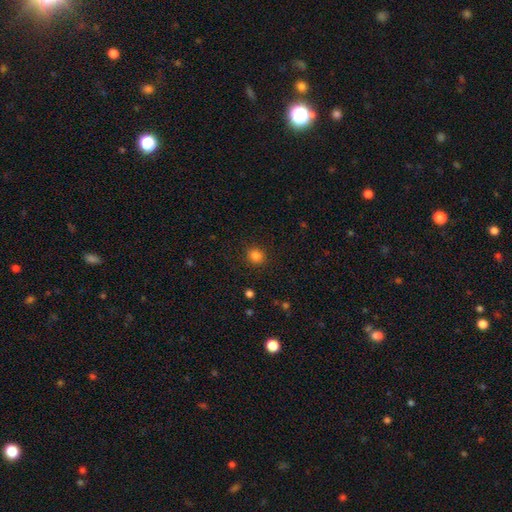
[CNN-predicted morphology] smooth_or_featured: smooth (p=0.83) [alt: star or artifact p=0.12]
how_rounded: round (p=0.85) [alt: in between p=0.14]
merging: none (p=0.90) [alt: minor disturbance p=0.06]